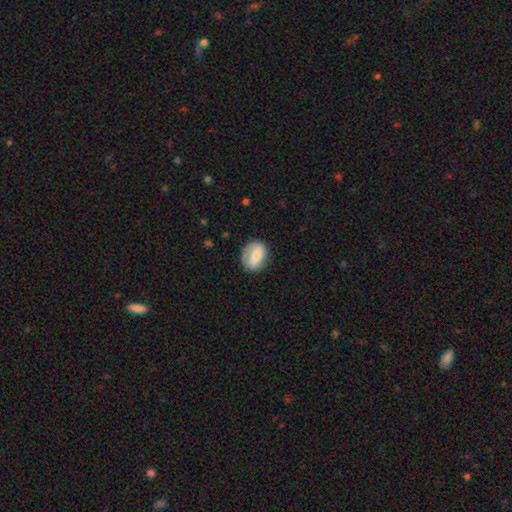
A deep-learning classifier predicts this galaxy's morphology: smooth 61%, featured or disk 31%, star or artifact 7%. Down the decision tree: how rounded — in between (53%); merging — none (69%).